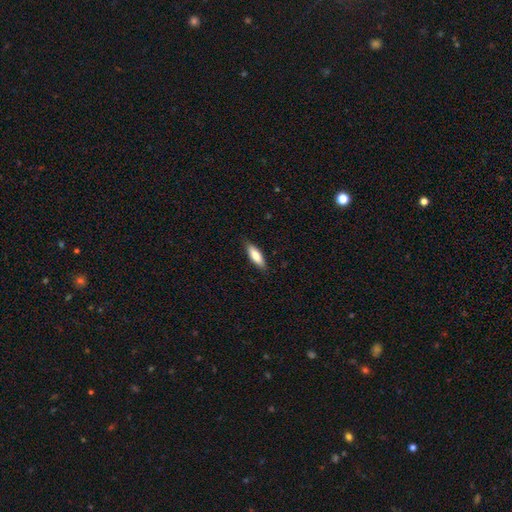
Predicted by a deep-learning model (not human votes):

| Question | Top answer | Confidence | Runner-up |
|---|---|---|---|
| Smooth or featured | smooth | 79% | featured or disk (16%) |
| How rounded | cigar-shaped | 50% | in between (49%) |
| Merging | none | 86% | minor disturbance (11%) |